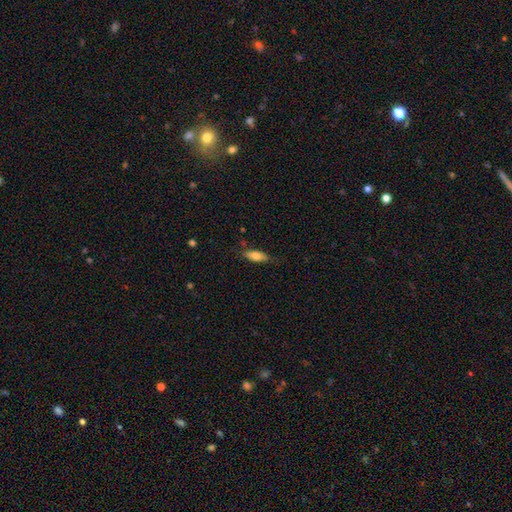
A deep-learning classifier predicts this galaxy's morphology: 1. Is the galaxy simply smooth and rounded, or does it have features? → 75% smooth, 18% featured or disk, 7% star or artifact.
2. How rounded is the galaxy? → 70% in between, 28% cigar-shaped, 2% round.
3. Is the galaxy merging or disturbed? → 74% none, 20% minor disturbance, 4% major disturbance, 2% merger.